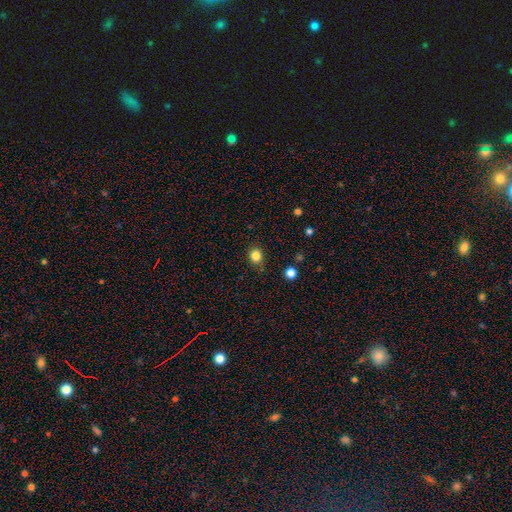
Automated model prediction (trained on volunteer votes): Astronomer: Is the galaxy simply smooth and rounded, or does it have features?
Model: smooth — 83%.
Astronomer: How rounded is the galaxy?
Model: round — 78%.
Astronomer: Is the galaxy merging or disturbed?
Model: none — 89%.